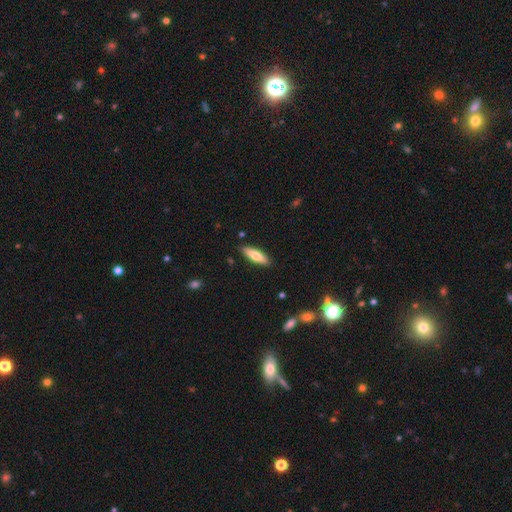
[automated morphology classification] A smooth galaxy with no disk features (64%) that is cigar-shaped (60%).

Vote fractions:
- Smooth or featured? smooth: 64% / featured or disk: 30% / star or artifact: 6%
- How rounded? cigar-shaped: 60% / in between: 38% / round: 2%
- Merging? none: 88% / minor disturbance: 9% / major disturbance: 2% / merger: 1%